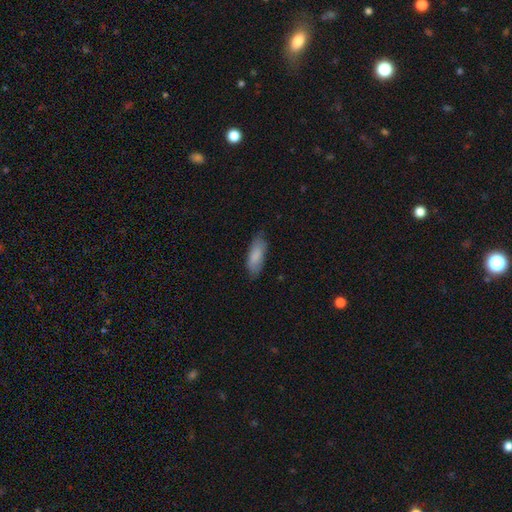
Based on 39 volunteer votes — Smooth or featured?
  - smooth: 82% *
  - featured or disk: 10%
  - star or artifact: 8%
How rounded?
  - in between: 78% *
  - cigar-shaped: 22%
  - round: 0%
Merging?
  - none: 86% *
  - minor disturbance: 11%
  - merger: 3%
  - major disturbance: 0%